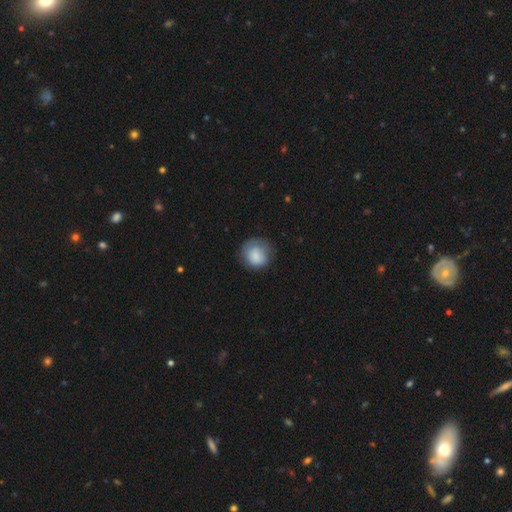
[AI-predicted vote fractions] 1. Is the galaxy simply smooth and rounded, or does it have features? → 77% smooth, 15% featured or disk, 8% star or artifact.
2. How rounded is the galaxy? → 82% round, 17% in between, 1% cigar-shaped.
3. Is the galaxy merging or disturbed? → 64% none, 23% minor disturbance, 11% major disturbance, 1% merger.